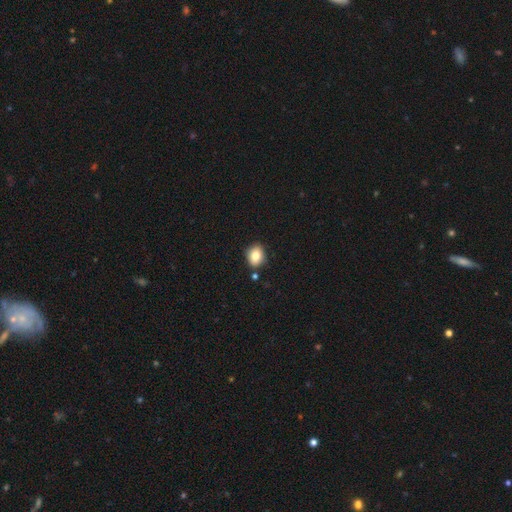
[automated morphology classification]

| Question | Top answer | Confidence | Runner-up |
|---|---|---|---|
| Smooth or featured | smooth | 81% | star or artifact (10%) |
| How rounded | round | 56% | in between (43%) |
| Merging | none | 83% | minor disturbance (10%) |